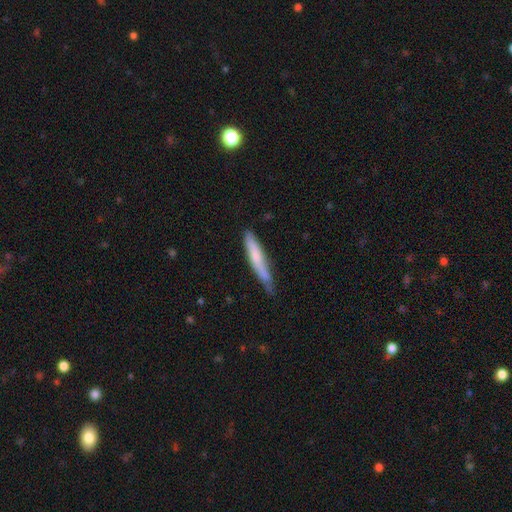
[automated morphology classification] smooth-or-featured: smooth: 64% | featured or disk: 30% | star or artifact: 6%
  how-rounded: cigar-shaped: 93% | in between: 6% | round: 1%
  merging: none: 65% | minor disturbance: 28% | major disturbance: 5% | merger: 2%